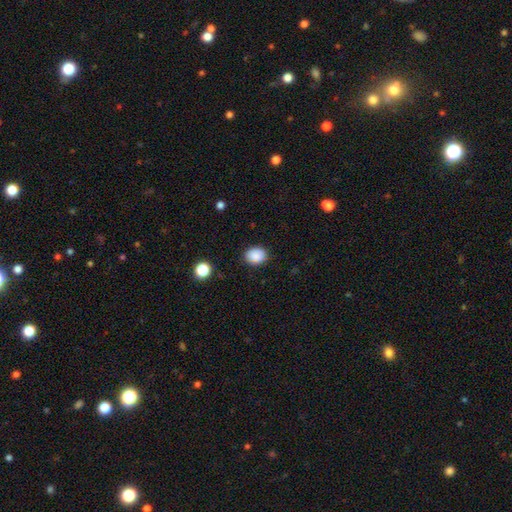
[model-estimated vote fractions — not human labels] smooth-or-featured: smooth: 88% | star or artifact: 9% | featured or disk: 3%
  how-rounded: round: 50% | in between: 49% | cigar-shaped: 1%
  merging: none: 86% | minor disturbance: 10% | major disturbance: 2% | merger: 1%